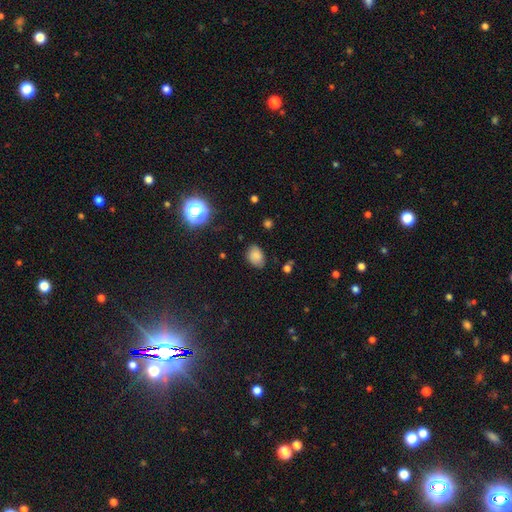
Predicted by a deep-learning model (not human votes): The model was most divided on "merging": none: 76%, minor disturbance: 19%, major disturbance: 4%, merger: 2%. More confident: smooth or featured — smooth (81%); how rounded — in between (78%).